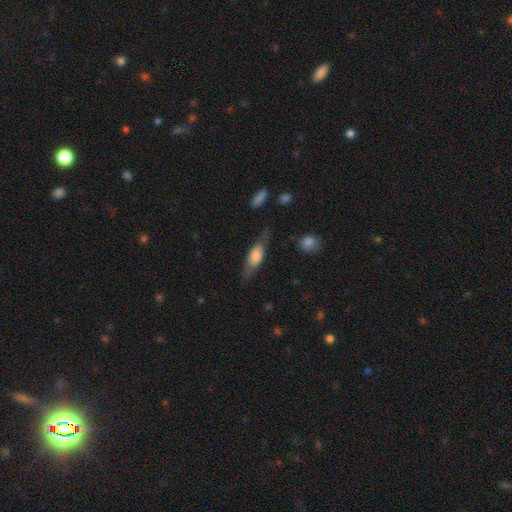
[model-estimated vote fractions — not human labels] smooth 59%, featured or disk 35%, star or artifact 6%. Down the decision tree: how rounded — in between (51%); merging — none (68%).